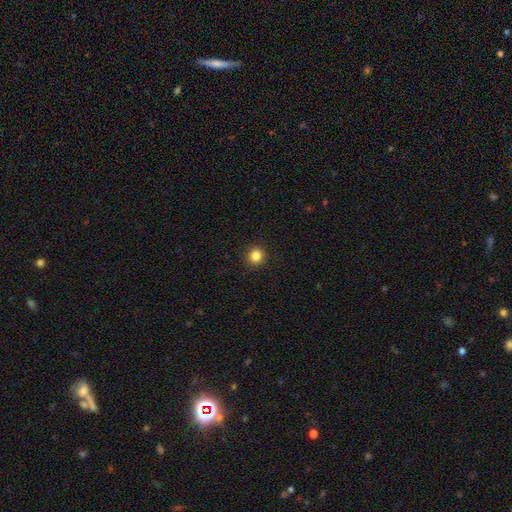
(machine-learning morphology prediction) A smooth galaxy with no disk features (84%) that is round (93%).

Vote fractions:
- Smooth or featured? smooth: 84% / star or artifact: 12% / featured or disk: 5%
- How rounded? round: 93% / in between: 6% / cigar-shaped: 1%
- Merging? none: 93% / minor disturbance: 5% / major disturbance: 2% / merger: 1%